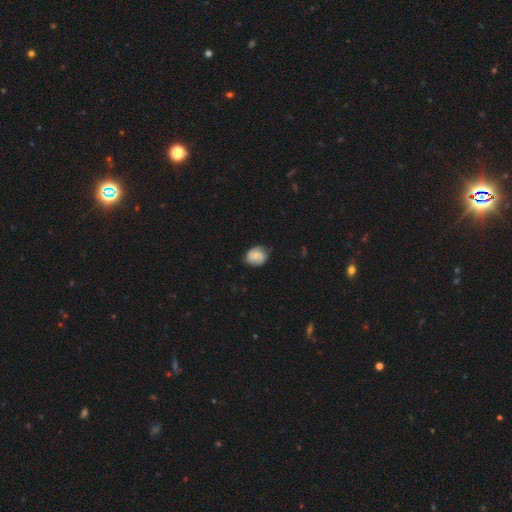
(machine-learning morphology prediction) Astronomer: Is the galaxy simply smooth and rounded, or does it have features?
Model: smooth — 59%.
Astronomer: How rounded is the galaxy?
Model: round — 66%.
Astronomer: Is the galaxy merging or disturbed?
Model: none — 78%.